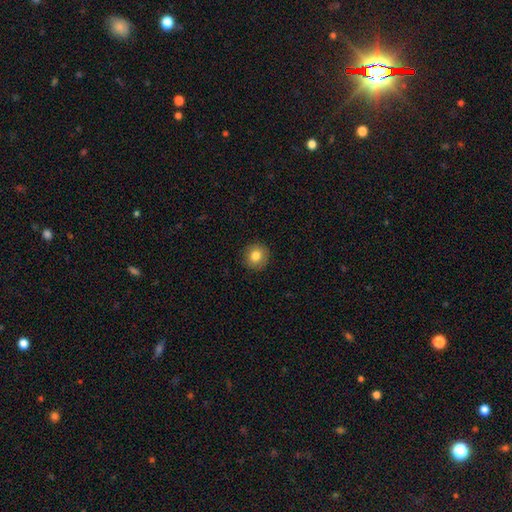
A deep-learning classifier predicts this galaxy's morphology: Overall: smooth (82%). How rounded: round (90%). Merging: none (91%).